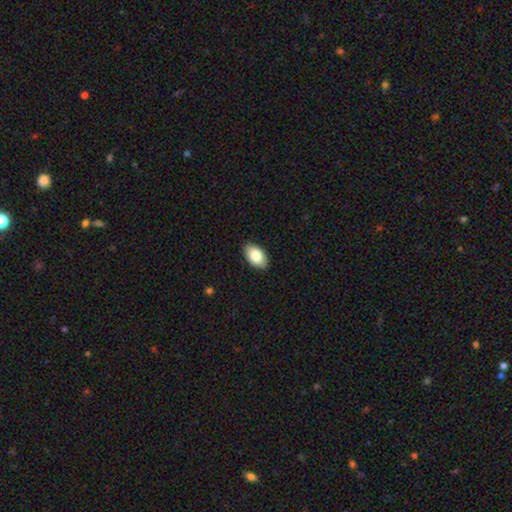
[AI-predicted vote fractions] Overall: smooth (83%). How rounded: in between (94%). Merging: none (89%).